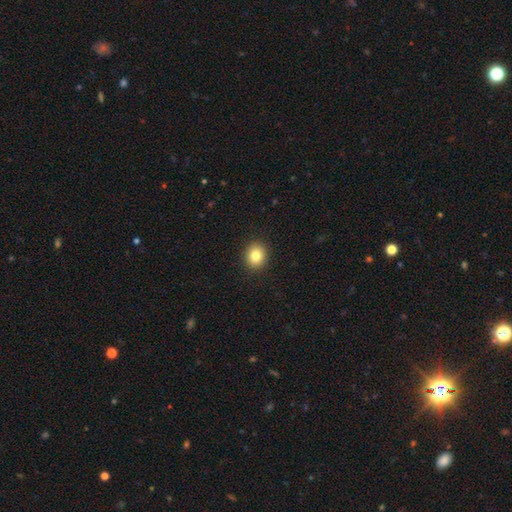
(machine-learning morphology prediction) smooth-or-featured: smooth: 83% | star or artifact: 10% | featured or disk: 7%
  how-rounded: round: 78% | in between: 21% | cigar-shaped: 1%
  merging: none: 92% | minor disturbance: 5% | major disturbance: 2% | merger: 1%